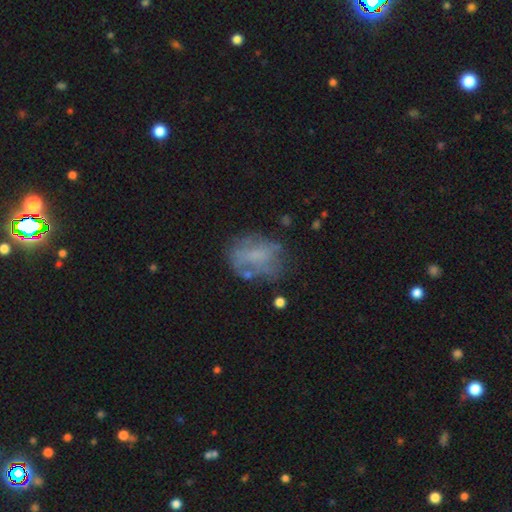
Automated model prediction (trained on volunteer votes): This appears to be a smooth galaxy with no disk features (46%). Merging: none (52%).